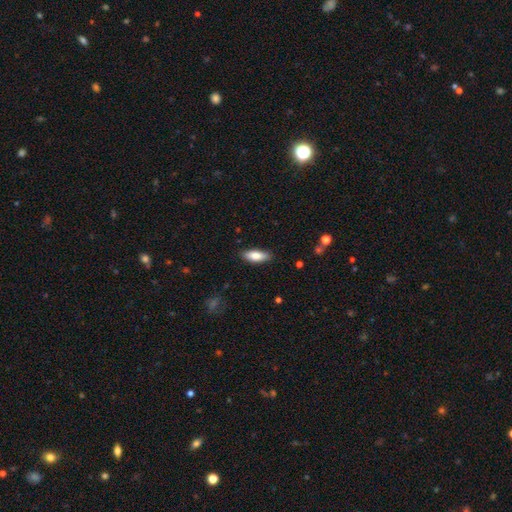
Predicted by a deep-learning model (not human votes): This is clearly a smooth galaxy (84%). How rounded: likely in between (74%). Merging: clearly none (85%).